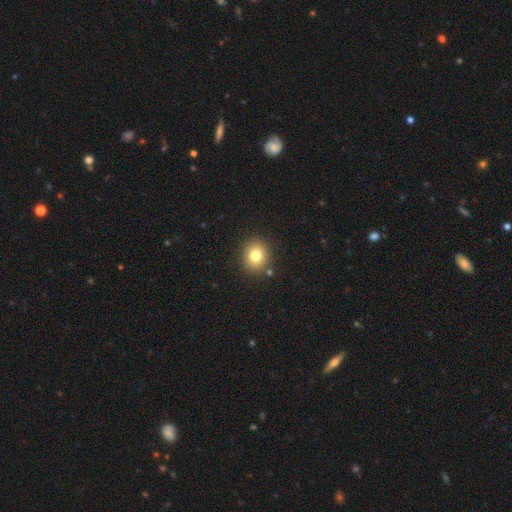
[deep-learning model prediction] Smooth or featured: smooth — 79% (star or artifact — 12%)
How rounded: round — 75% (in between — 24%)
Merging: none — 86% (minor disturbance — 8%)